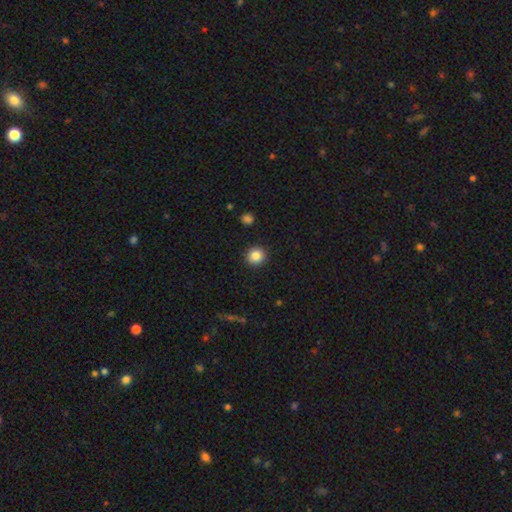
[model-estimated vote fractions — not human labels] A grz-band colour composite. It shows a smooth galaxy with no disk features (86%) that is round (93%). Merging: none (92%).